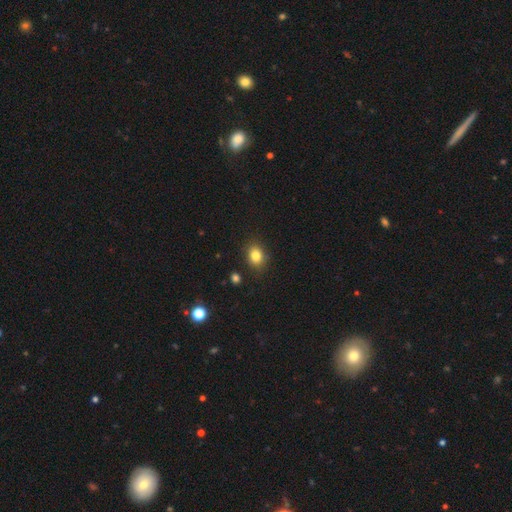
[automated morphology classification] Overall: smooth (83%). How rounded: in between (55%; round 44%). Merging: none (85%).